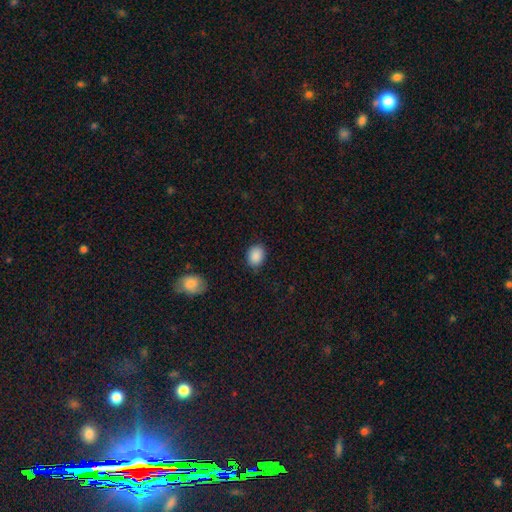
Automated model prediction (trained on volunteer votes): Smooth or featured: smooth — 88% (star or artifact — 8%)
How rounded: in between — 52% (round — 47%)
Merging: none — 83% (minor disturbance — 13%)